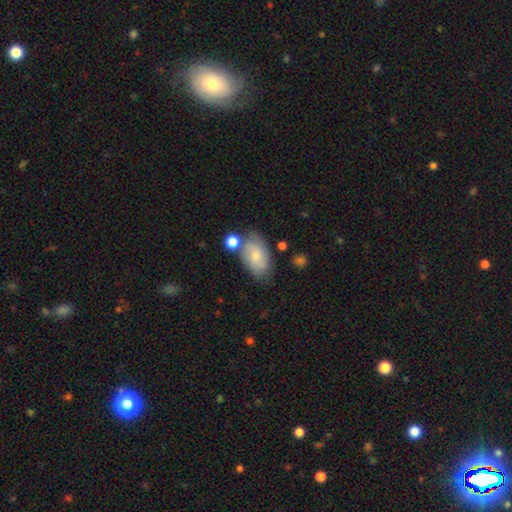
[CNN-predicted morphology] Smooth or featured?
  - smooth: 67% *
  - featured or disk: 26%
  - star or artifact: 7%
How rounded?
  - in between: 91% *
  - round: 7%
  - cigar-shaped: 2%
Merging?
  - none: 62% *
  - minor disturbance: 21%
  - merger: 11%
  - major disturbance: 6%